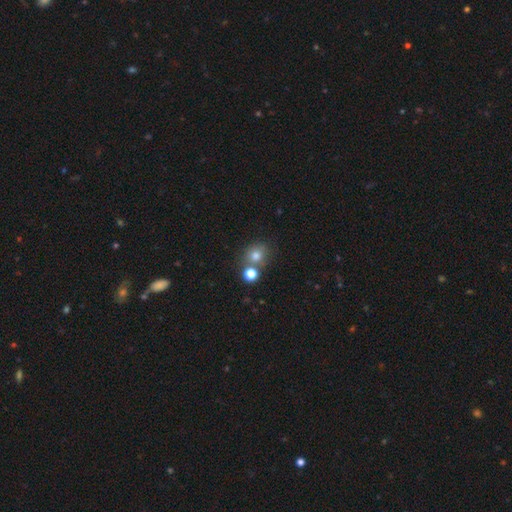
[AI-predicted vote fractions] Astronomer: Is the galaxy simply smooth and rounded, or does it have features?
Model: smooth — 77%.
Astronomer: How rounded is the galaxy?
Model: round — 76%.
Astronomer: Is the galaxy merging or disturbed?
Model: none — 62%.